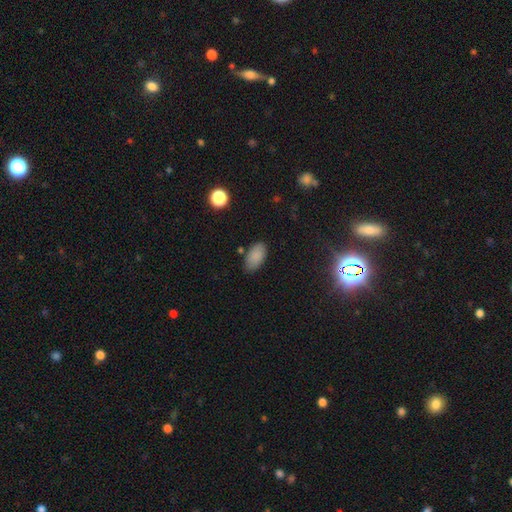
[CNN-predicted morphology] type=smooth (86%); roundness=in between (94%); merging=none (79%).